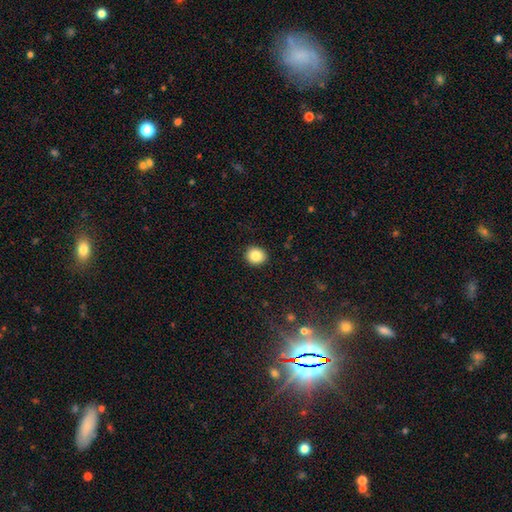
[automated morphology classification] This appears to be a smooth galaxy with no disk features (86%) that is round (79%). Merging: none (91%).